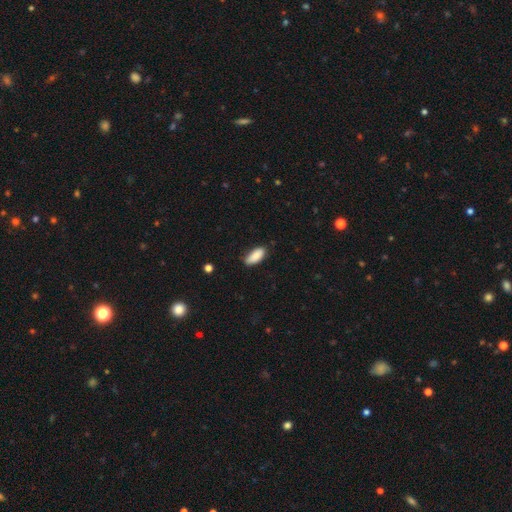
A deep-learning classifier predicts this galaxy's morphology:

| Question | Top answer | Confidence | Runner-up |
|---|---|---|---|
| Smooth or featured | smooth | 87% | star or artifact (7%) |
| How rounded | in between | 85% | cigar-shaped (13%) |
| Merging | none | 75% | minor disturbance (20%) |